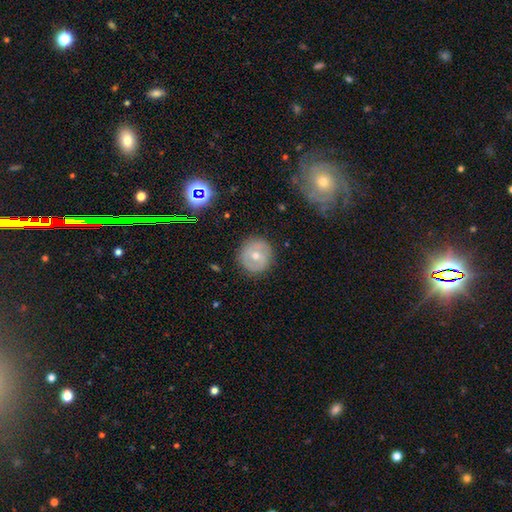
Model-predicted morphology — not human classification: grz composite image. It shows a smooth galaxy with no disk features (52%) that is round (93%). Merging: none (86%).